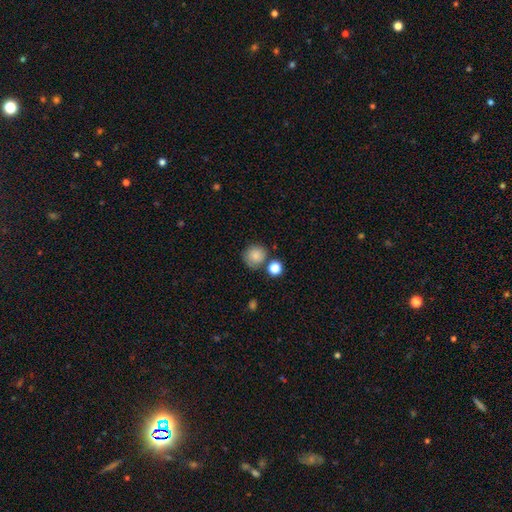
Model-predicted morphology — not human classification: Smooth or featured? Predicted: smooth (p=0.83). How rounded? Predicted: round (p=0.90). Merging? Predicted: none (p=0.70).